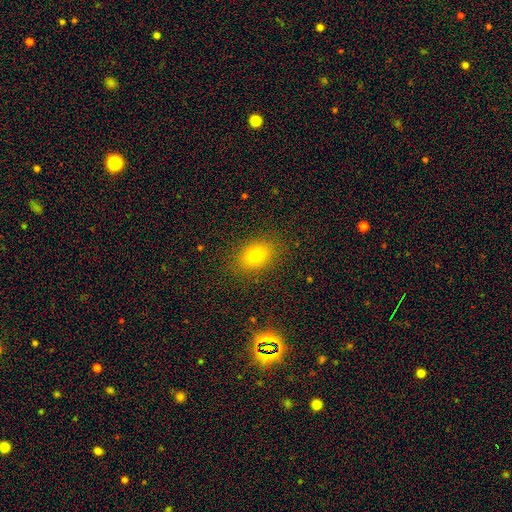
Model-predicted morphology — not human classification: Smooth or featured?
  - smooth: 76% *
  - star or artifact: 13%
  - featured or disk: 11%
How rounded?
  - in between: 72% *
  - round: 26%
  - cigar-shaped: 2%
Merging?
  - none: 86% *
  - minor disturbance: 10%
  - major disturbance: 3%
  - merger: 1%